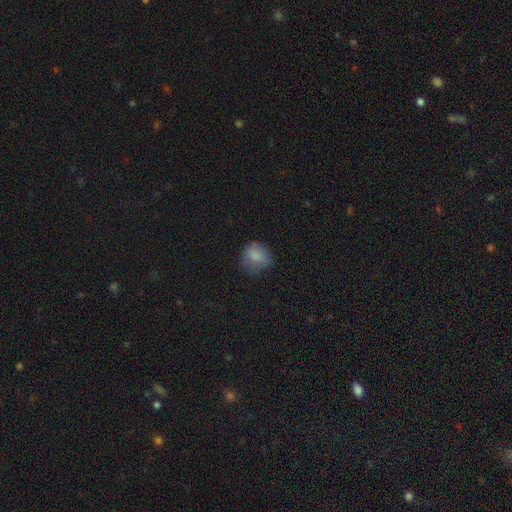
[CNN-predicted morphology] The model was most divided on "merging": none: 67%, minor disturbance: 23%, major disturbance: 8%, merger: 1%. More confident: smooth or featured — smooth (82%); how rounded — round (77%).